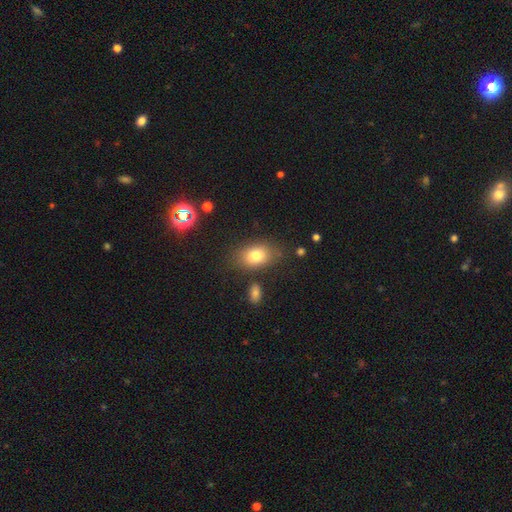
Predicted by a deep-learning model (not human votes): This appears to be a smooth galaxy with no disk features (77%) that is in between round and cigar-shaped (76%). Merging: none (78%).